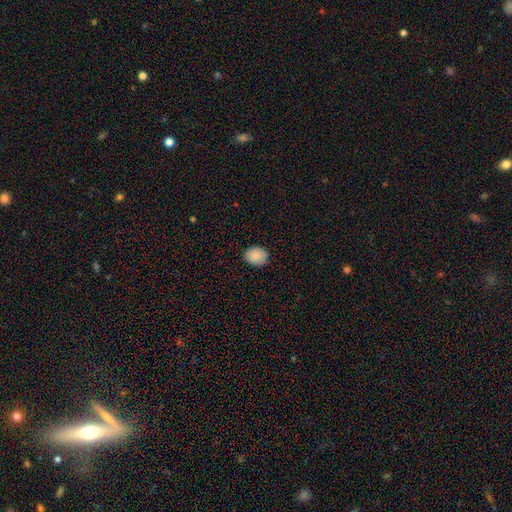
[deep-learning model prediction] A smooth galaxy with no disk features (86%) that is round (56%).

Vote fractions:
- Smooth or featured? smooth: 86% / star or artifact: 8% / featured or disk: 7%
- How rounded? round: 56% / in between: 43% / cigar-shaped: 1%
- Merging? none: 87% / minor disturbance: 11% / major disturbance: 2% / merger: 1%